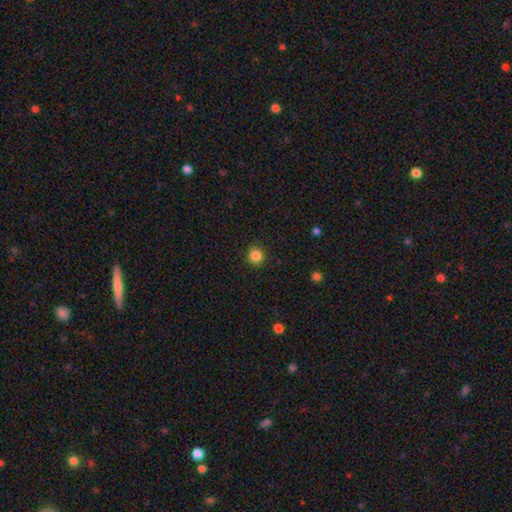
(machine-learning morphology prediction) This is clearly a smooth galaxy (85%). How rounded: clearly round (92%). Merging: clearly none (91%).